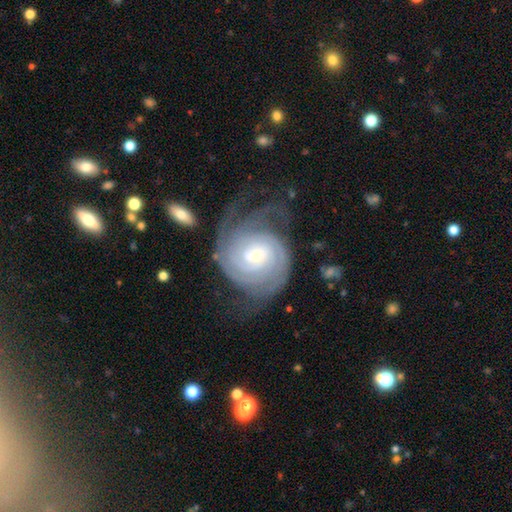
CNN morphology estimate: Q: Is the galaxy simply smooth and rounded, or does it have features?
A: featured or disk — 89%.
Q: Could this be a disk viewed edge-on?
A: no — 98%.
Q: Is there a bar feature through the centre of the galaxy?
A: no — 63%.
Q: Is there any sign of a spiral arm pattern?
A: yes — 98%.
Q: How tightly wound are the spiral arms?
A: tight — 75%.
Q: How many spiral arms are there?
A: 2 — 44%.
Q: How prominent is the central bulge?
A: small — 64%.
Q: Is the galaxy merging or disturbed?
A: none — 61%.